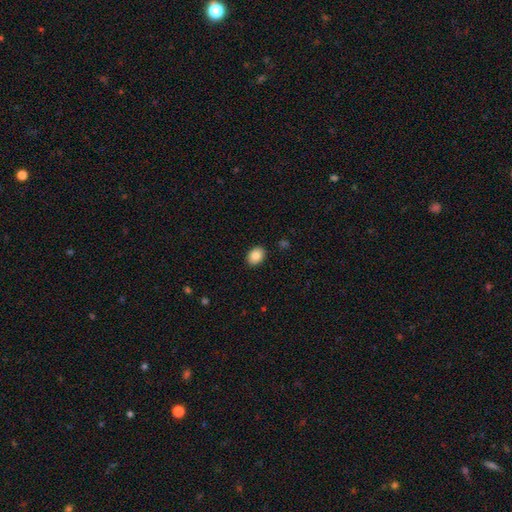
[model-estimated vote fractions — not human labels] smooth-or-featured: smooth: 88% | star or artifact: 8% | featured or disk: 4%
  how-rounded: in between: 74% | round: 26% | cigar-shaped: 1%
  merging: none: 89% | minor disturbance: 8% | major disturbance: 2% | merger: 1%